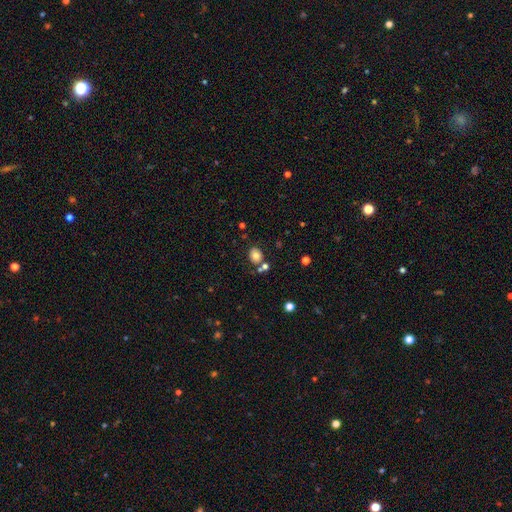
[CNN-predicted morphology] The model was most divided on "how rounded": round: 51%, in between: 48%, cigar-shaped: 1%. More confident: smooth or featured — smooth (77%); merging — none (73%).